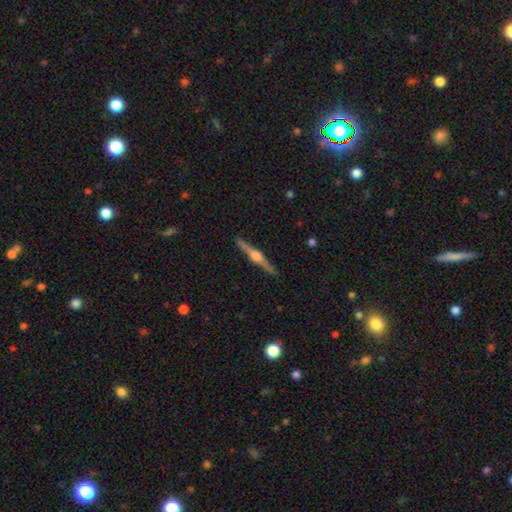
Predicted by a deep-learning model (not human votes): Smooth or featured? Predicted: featured or disk (p=0.86). Edge-on disk? Predicted: yes (p=0.99). Edge-on bulge? Predicted: rounded (p=0.91). Merging? Predicted: none (p=0.92).